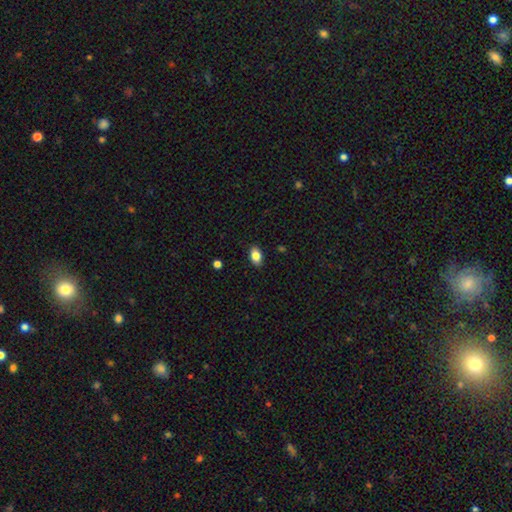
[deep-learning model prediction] A smooth galaxy with no disk features (84%) that is in between round and cigar-shaped (89%).

Vote fractions:
- Smooth or featured? smooth: 84% / star or artifact: 8% / featured or disk: 7%
- How rounded? in between: 89% / round: 9% / cigar-shaped: 2%
- Merging? none: 89% / minor disturbance: 9% / major disturbance: 2% / merger: 1%